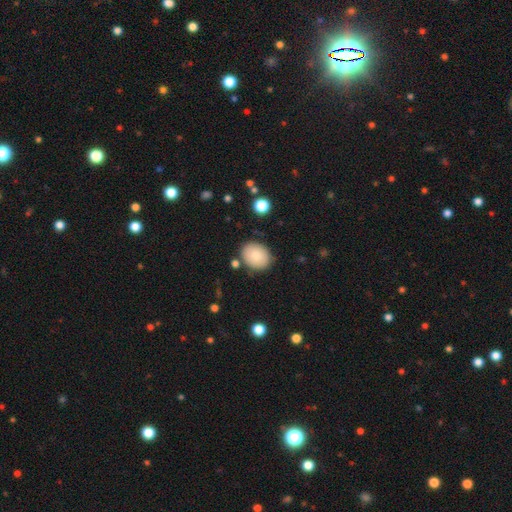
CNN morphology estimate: A smooth galaxy with no disk features (81%) that is in between round and cigar-shaped (50%). Merging: none (83%).